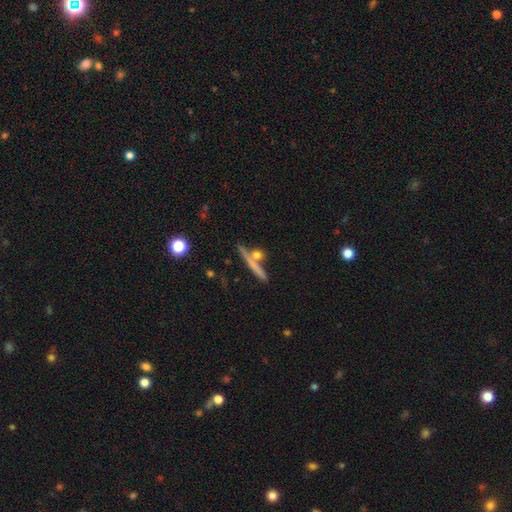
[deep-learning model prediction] Q: Smooth or featured?
A: smooth (59%); runner-up: featured or disk (31%)
Q: How rounded?
A: cigar-shaped (59%); runner-up: round (26%)
Q: Merging?
A: none (60%); runner-up: merger (25%)